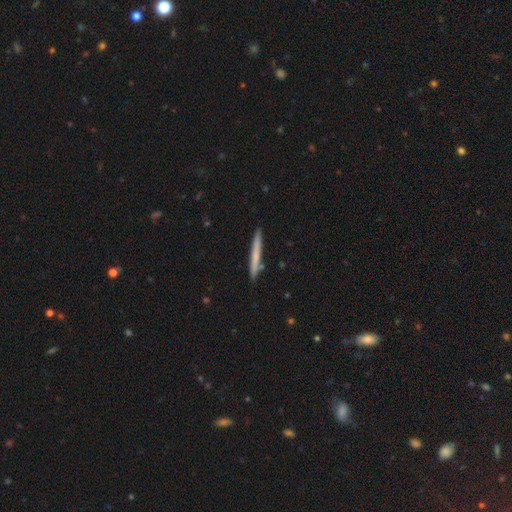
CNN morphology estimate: smooth 61%, featured or disk 33%, star or artifact 5%. Down the decision tree: how rounded — cigar-shaped (97%); merging — none (89%).